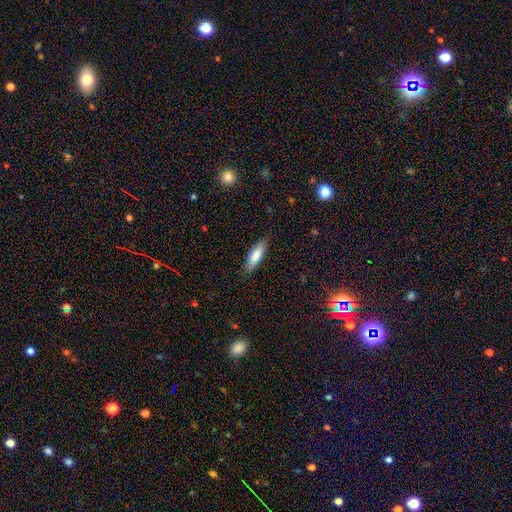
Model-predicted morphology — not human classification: The model was most divided on "how rounded": cigar-shaped: 51%, in between: 47%, round: 2%. More confident: merging — none (84%); smooth or featured — smooth (80%).